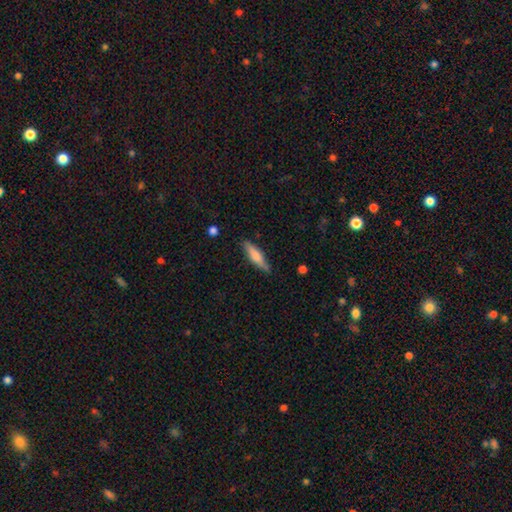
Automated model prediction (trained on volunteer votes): Smooth or featured? Predicted: smooth (p=0.66). How rounded? Predicted: cigar-shaped (p=0.76). Merging? Predicted: none (p=0.83).